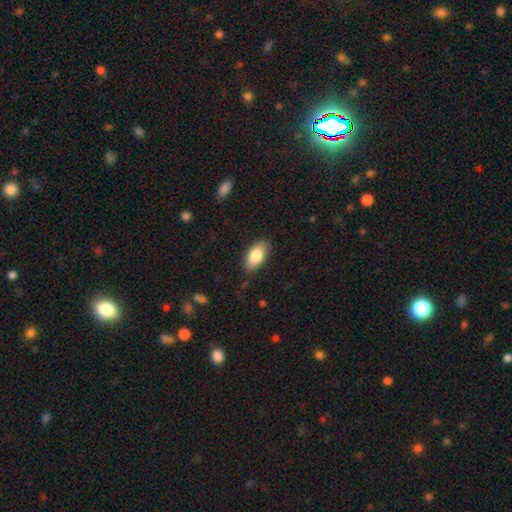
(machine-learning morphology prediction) smooth_or_featured: smooth (p=0.83) [alt: featured or disk p=0.11]
how_rounded: in between (p=0.92) [alt: cigar-shaped p=0.05]
merging: none (p=0.83) [alt: minor disturbance p=0.13]